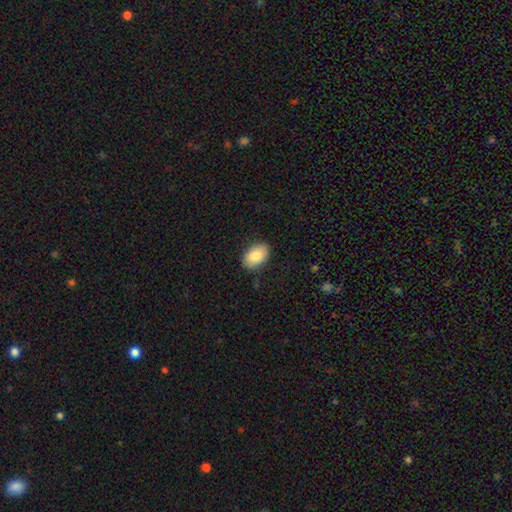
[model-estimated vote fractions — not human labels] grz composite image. It shows a smooth galaxy with no disk features (87%) that is in between round and cigar-shaped (90%). Merging: none (86%).